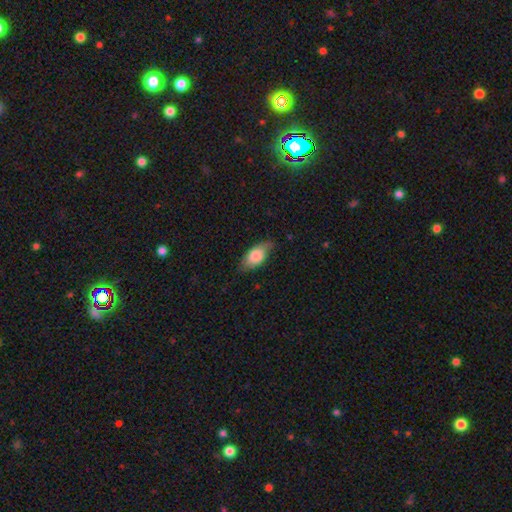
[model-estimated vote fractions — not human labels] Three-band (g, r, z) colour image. It shows a smooth galaxy with no disk features (75%) that is in between round and cigar-shaped (88%). Merging: none (72%).